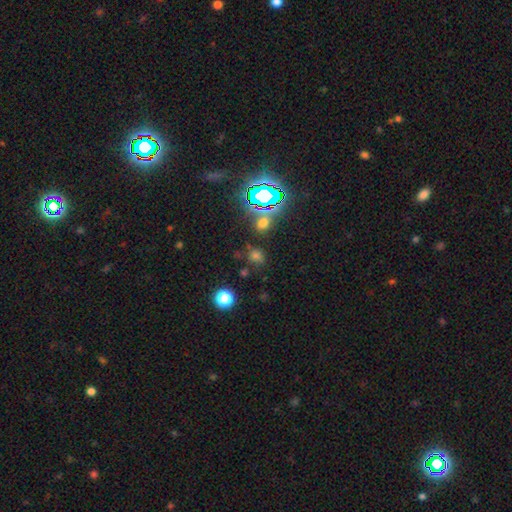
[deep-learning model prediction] Smooth or featured?
  - smooth: 56% *
  - star or artifact: 37%
  - featured or disk: 7%
How rounded?
  - round: 69% *
  - in between: 29%
  - cigar-shaped: 2%
Merging?
  - none: 75% *
  - minor disturbance: 12%
  - merger: 8%
  - major disturbance: 5%